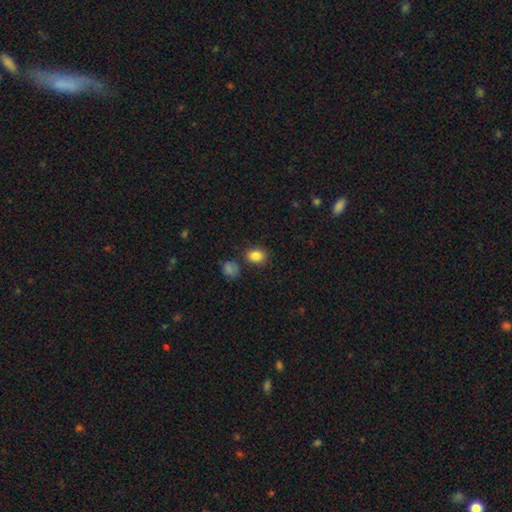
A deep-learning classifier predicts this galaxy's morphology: smooth-or-featured: smooth: 85% | star or artifact: 10% | featured or disk: 5%
  how-rounded: in between: 61% | round: 38% | cigar-shaped: 1%
  merging: none: 80% | minor disturbance: 11% | merger: 6% | major disturbance: 3%